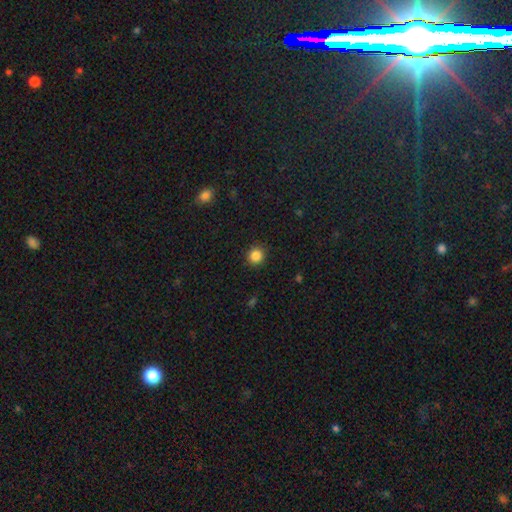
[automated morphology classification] This appears to be a smooth galaxy with no disk features (85%) that is round (91%). Merging: none (91%).